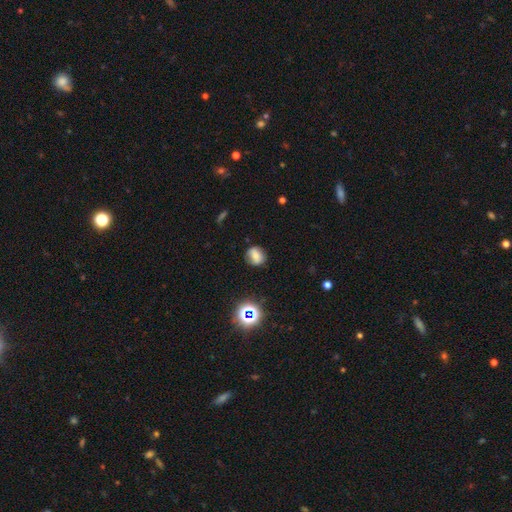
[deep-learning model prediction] The model was most divided on "how rounded": round: 69%, in between: 30%, cigar-shaped: 1%. More confident: merging — none (80%); smooth or featured — smooth (68%).